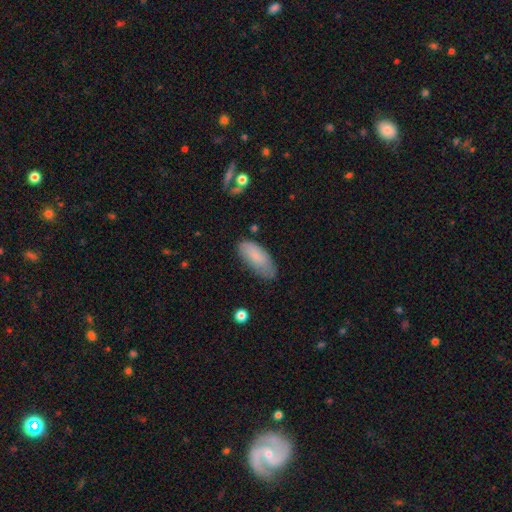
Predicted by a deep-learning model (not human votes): Smooth or featured? Predicted: smooth (p=0.80). How rounded? Predicted: in between (p=0.83). Merging? Predicted: none (p=0.67).